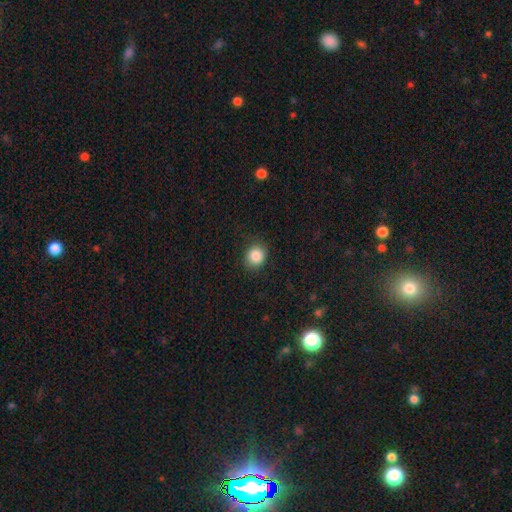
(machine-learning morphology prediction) Smooth or featured?
  - smooth: 86% *
  - star or artifact: 9%
  - featured or disk: 5%
How rounded?
  - round: 77% *
  - in between: 22%
  - cigar-shaped: 1%
Merging?
  - none: 84% *
  - minor disturbance: 12%
  - major disturbance: 3%
  - merger: 1%